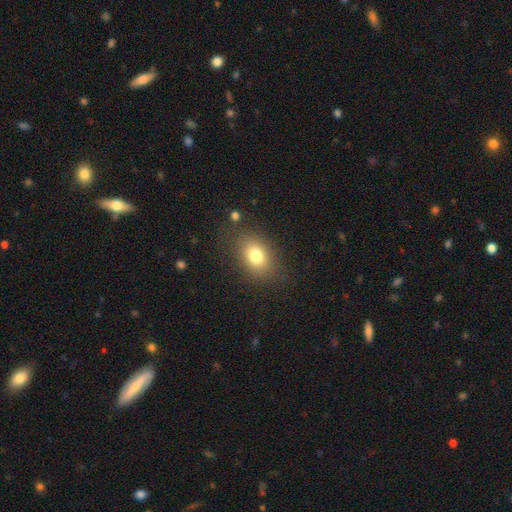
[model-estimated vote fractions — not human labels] smooth-or-featured: smooth: 78% | featured or disk: 11% | star or artifact: 11%
  how-rounded: in between: 74% | round: 25% | cigar-shaped: 1%
  merging: none: 81% | minor disturbance: 12% | major disturbance: 5% | merger: 2%